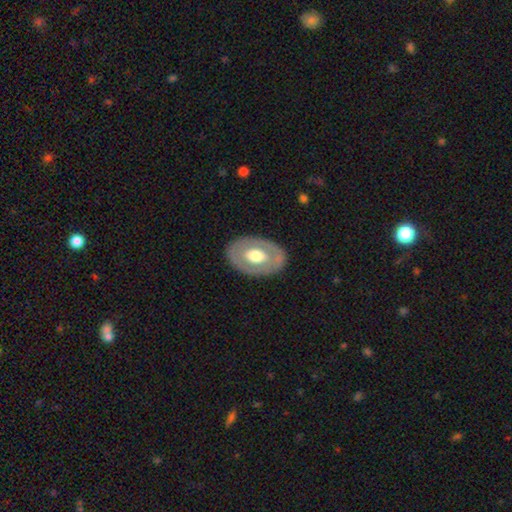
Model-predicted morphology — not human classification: A featured or disk galaxy (51%). Merging: none (83%).